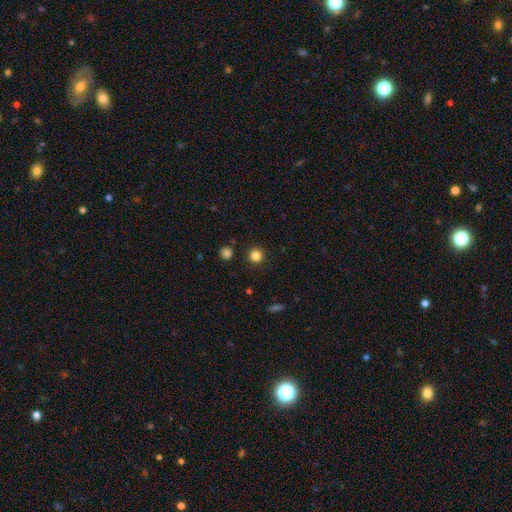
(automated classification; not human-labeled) A smooth galaxy with no disk features (84%) that is round (95%). Merging: none (91%).